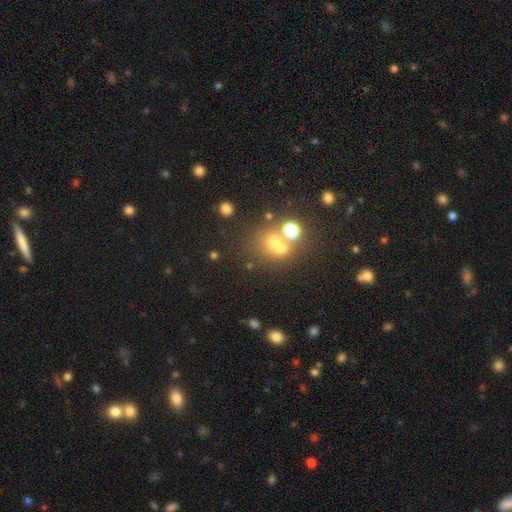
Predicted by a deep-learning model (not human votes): Morphology: type=smooth (45%); merging=none (55%).